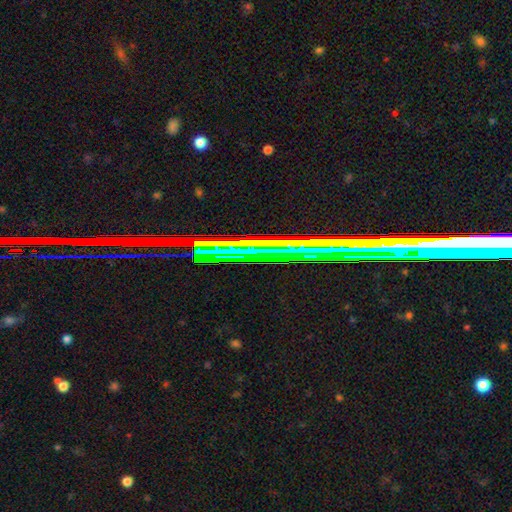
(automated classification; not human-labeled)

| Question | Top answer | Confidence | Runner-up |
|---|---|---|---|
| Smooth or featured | star or artifact | 60% | featured or disk (28%) |